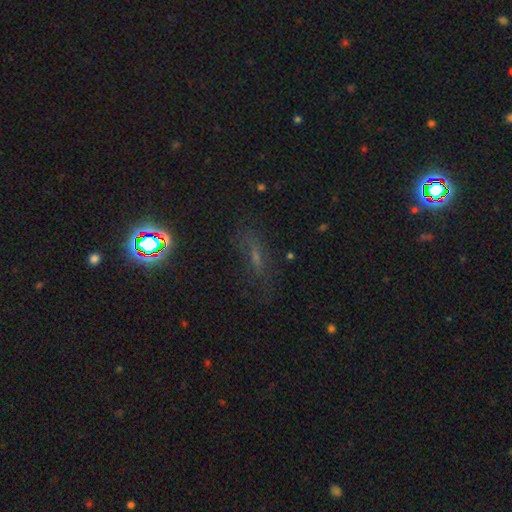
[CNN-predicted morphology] A star or artifact, not a galaxy (36%).

Vote fractions:
- Smooth or featured? star or artifact: 36% / smooth: 33% / featured or disk: 31%